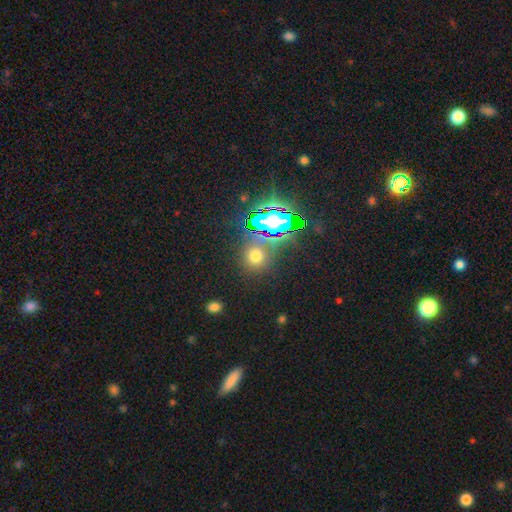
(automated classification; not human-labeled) Smooth or featured?
  - smooth: 57% *
  - star or artifact: 35%
  - featured or disk: 7%
How rounded?
  - round: 87% *
  - in between: 12%
  - cigar-shaped: 1%
Merging?
  - none: 79% *
  - minor disturbance: 9%
  - merger: 7%
  - major disturbance: 4%